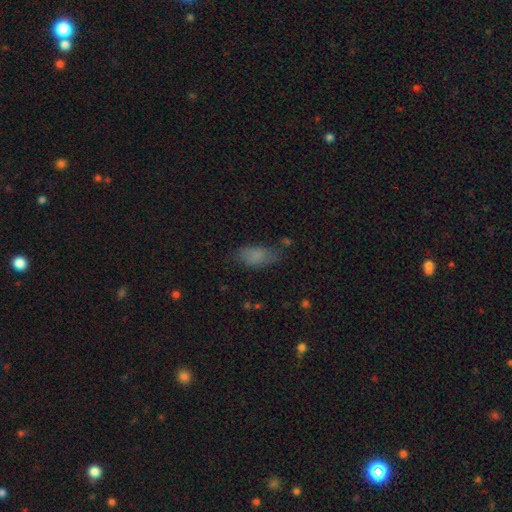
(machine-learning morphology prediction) Smooth or featured?
  - smooth: 81% *
  - star or artifact: 10%
  - featured or disk: 9%
How rounded?
  - in between: 87% *
  - cigar-shaped: 10%
  - round: 4%
Merging?
  - none: 66% *
  - minor disturbance: 23%
  - major disturbance: 8%
  - merger: 3%